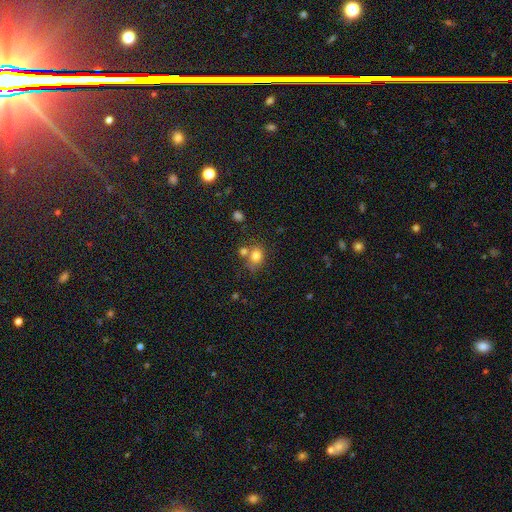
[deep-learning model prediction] A smooth galaxy with no disk features (78%) that is round (58%).

Vote fractions:
- Smooth or featured? smooth: 78% / star or artifact: 12% / featured or disk: 10%
- How rounded? round: 58% / in between: 41% / cigar-shaped: 1%
- Merging? none: 53% / merger: 28% / minor disturbance: 14% / major disturbance: 5%